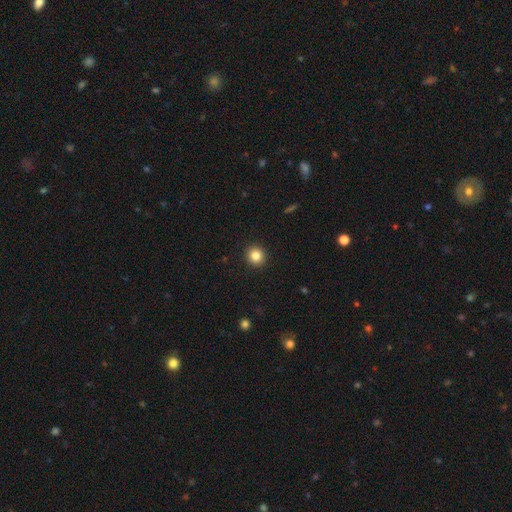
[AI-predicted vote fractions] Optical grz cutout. It shows a smooth galaxy with no disk features (84%) that is round (92%). Merging: none (93%).